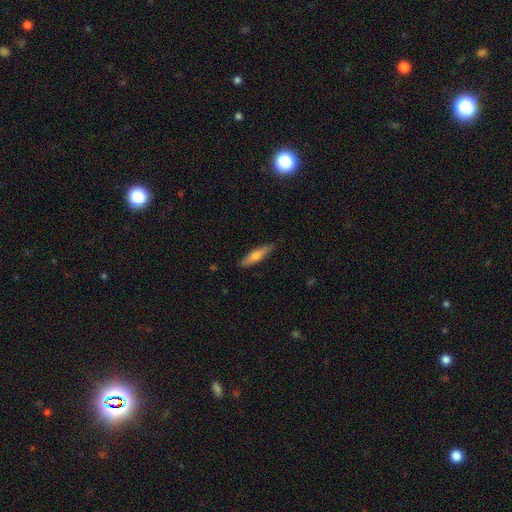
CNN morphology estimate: Smooth or featured: smooth — 62% (featured or disk — 32%)
How rounded: cigar-shaped — 78% (in between — 20%)
Merging: none — 86% (minor disturbance — 11%)